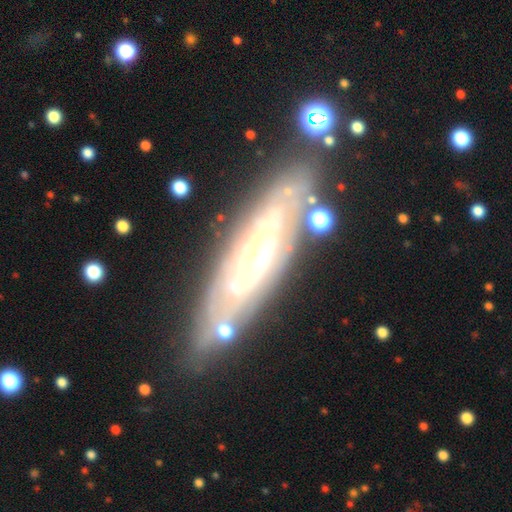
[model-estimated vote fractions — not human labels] Smooth or featured: featured or disk — 82% (smooth — 11%)
Edge-on disk: no — 72% (yes — 28%)
Bar: no — 61% (weak — 28%)
Spiral arms: yes — 85% (no — 15%)
Spiral winding: tight — 69% (medium — 24%)
Spiral arm count: can't tell — 56% (2 — 22%)
Bulge size: moderate — 54% (small — 28%)
Merging: none — 78% (minor disturbance — 14%)